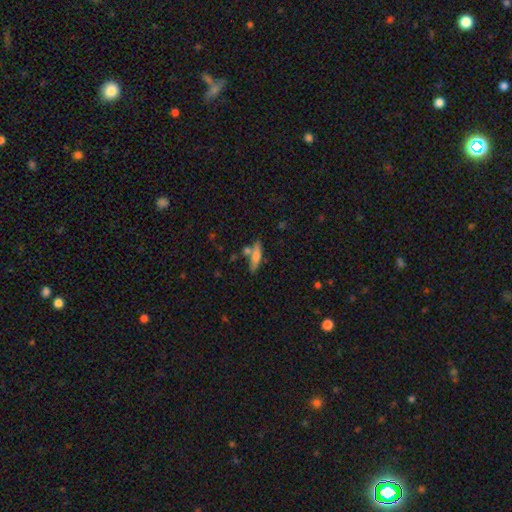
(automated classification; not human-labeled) Smooth or featured?
  - smooth: 64% *
  - featured or disk: 28%
  - star or artifact: 7%
How rounded?
  - cigar-shaped: 76% *
  - in between: 22%
  - round: 2%
Merging?
  - none: 66% *
  - merger: 17%
  - minor disturbance: 13%
  - major disturbance: 4%